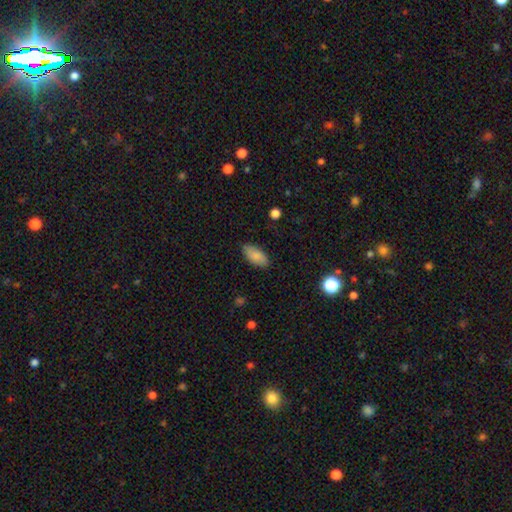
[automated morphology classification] Smooth or featured? Predicted: smooth (p=0.85). How rounded? Predicted: in between (p=0.92). Merging? Predicted: none (p=0.85).